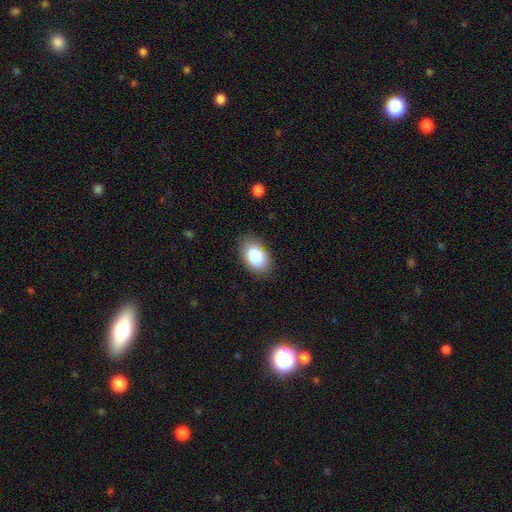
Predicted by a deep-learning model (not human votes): This appears to be a smooth galaxy with no disk features (87%) that is in between round and cigar-shaped (91%). Merging: none (83%).